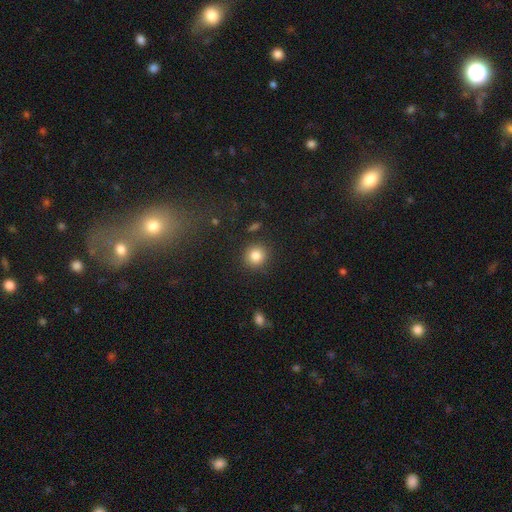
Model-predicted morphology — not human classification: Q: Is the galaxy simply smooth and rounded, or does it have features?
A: smooth — 84%.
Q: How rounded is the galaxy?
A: round — 90%.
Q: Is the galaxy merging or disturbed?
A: none — 88%.